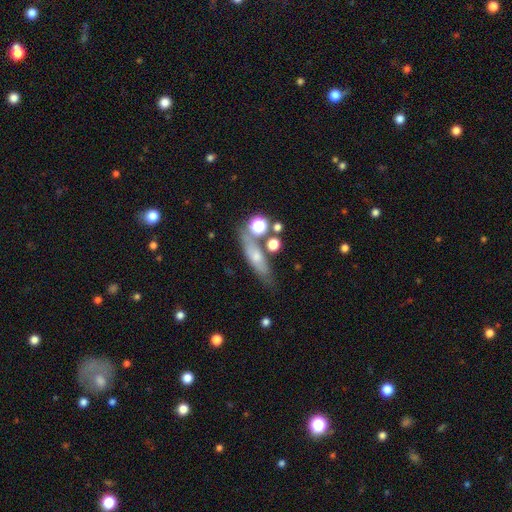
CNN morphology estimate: Smooth or featured: smooth — 47% (featured or disk — 39%)
Merging: none — 67% (minor disturbance — 16%)